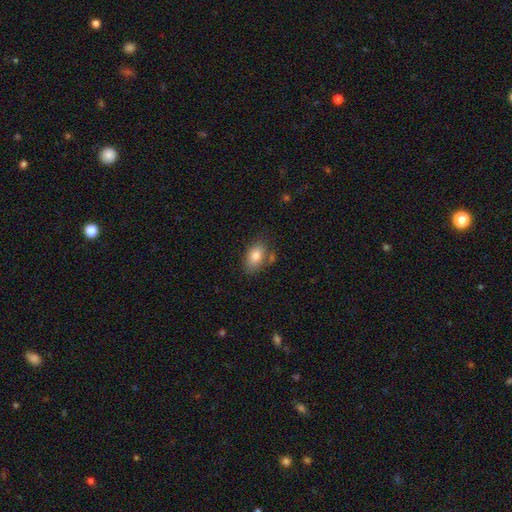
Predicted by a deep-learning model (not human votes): smooth_or_featured: smooth (p=0.81) [alt: featured or disk p=0.12]
how_rounded: in between (p=0.89) [alt: round p=0.08]
merging: none (p=0.68) [alt: minor disturbance p=0.18]